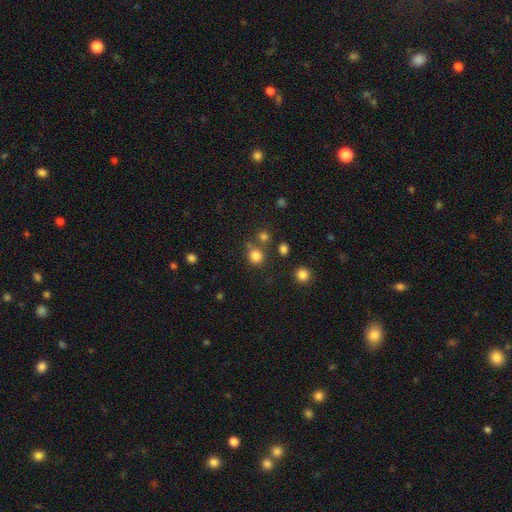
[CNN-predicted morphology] smooth 80%, star or artifact 15%, featured or disk 5%. Down the decision tree: how rounded — round (88%); merging — none (73%).